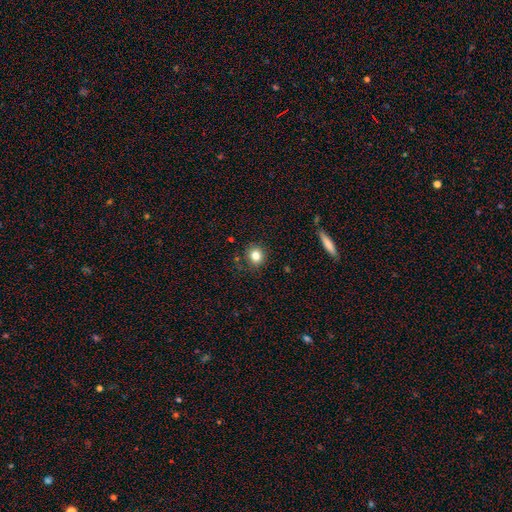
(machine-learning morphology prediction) smooth_or_featured: smooth (p=0.82) [alt: star or artifact p=0.12]
how_rounded: round (p=0.89) [alt: in between p=0.10]
merging: none (p=0.87) [alt: minor disturbance p=0.09]